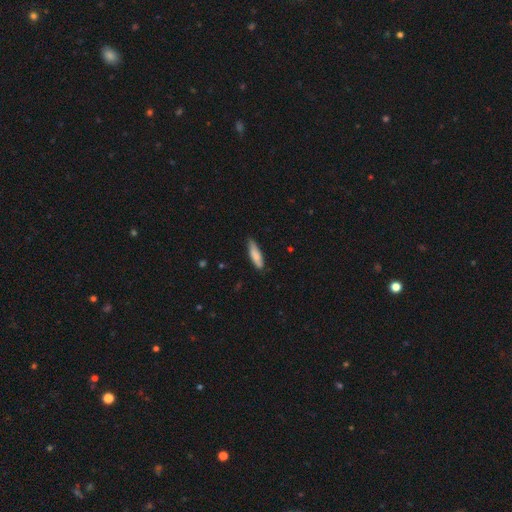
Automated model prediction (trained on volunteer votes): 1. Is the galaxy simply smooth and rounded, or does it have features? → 79% smooth, 15% featured or disk, 6% star or artifact.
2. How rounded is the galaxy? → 64% cigar-shaped, 35% in between, 2% round.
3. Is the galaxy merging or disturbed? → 76% none, 20% minor disturbance, 3% major disturbance, 1% merger.